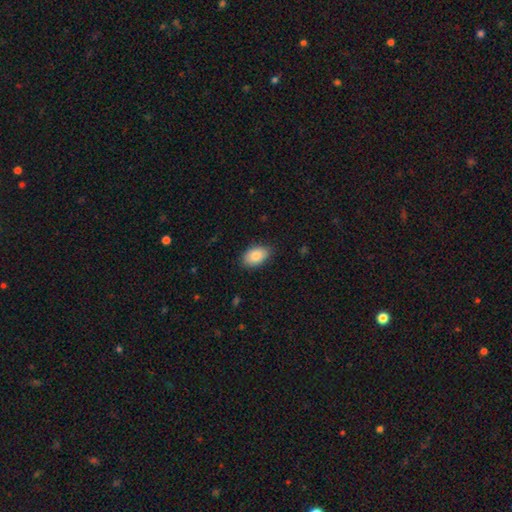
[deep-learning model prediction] smooth-or-featured: smooth: 86% | featured or disk: 8% | star or artifact: 7%
  how-rounded: in between: 91% | round: 7% | cigar-shaped: 1%
  merging: none: 83% | minor disturbance: 13% | major disturbance: 2% | merger: 1%